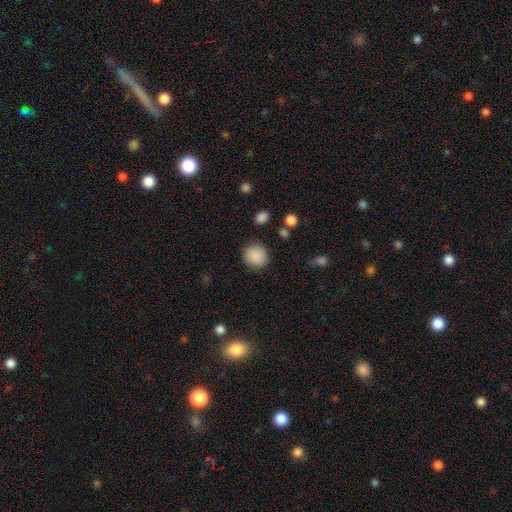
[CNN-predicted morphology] Smooth or featured: smooth — 89% (star or artifact — 8%)
How rounded: round — 88% (in between — 11%)
Merging: none — 87% (minor disturbance — 8%)